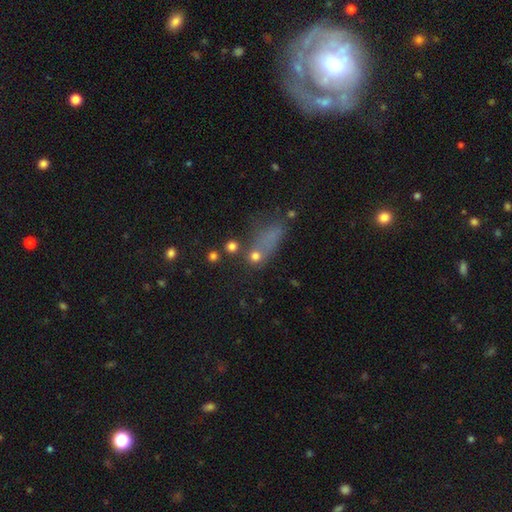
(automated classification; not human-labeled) This is likely a smooth galaxy (62%). How rounded: marginally round (43%, tied with in between). Merging: marginally none (41%).